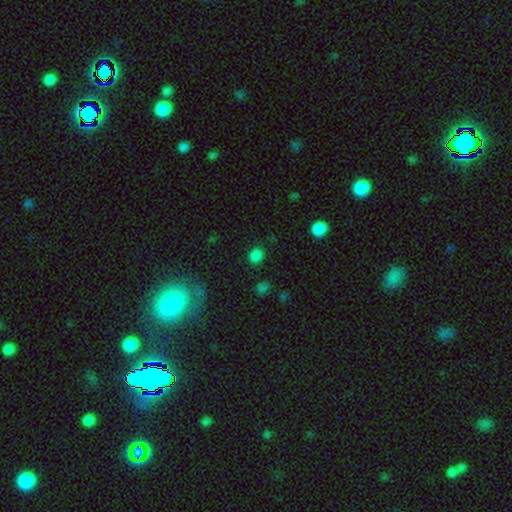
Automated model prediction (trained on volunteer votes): Smooth or featured: smooth — 81% (star or artifact — 15%)
How rounded: round — 68% (in between — 31%)
Merging: none — 84% (minor disturbance — 11%)